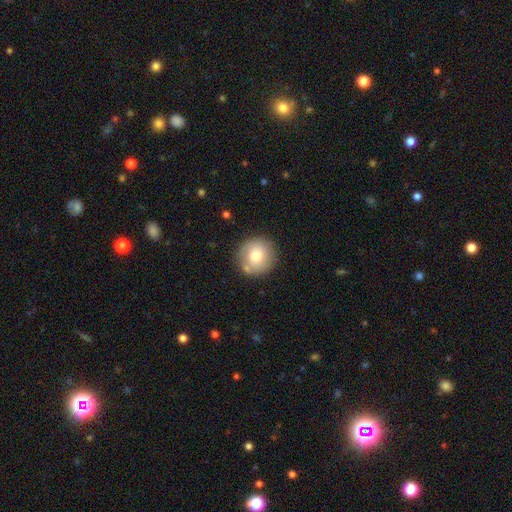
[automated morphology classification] type=smooth (74%); roundness=round (94%); merging=none (80%).